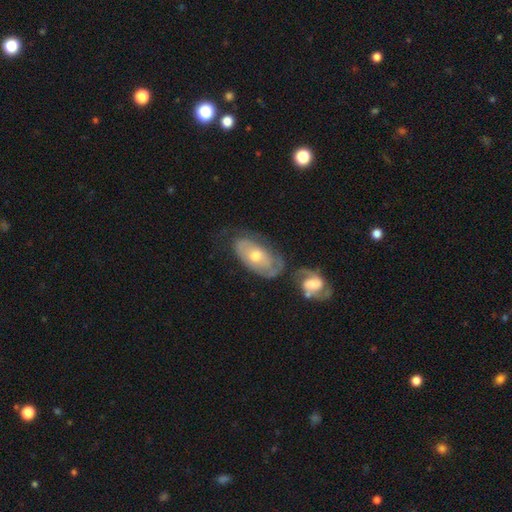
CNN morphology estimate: featured or disk 64%, smooth 30%, star or artifact 6%. Down the decision tree: edge-on disk — no (91%); bar — no (78%); spiral arms — yes (68%); bulge size — moderate (68%); merging — none (43%).